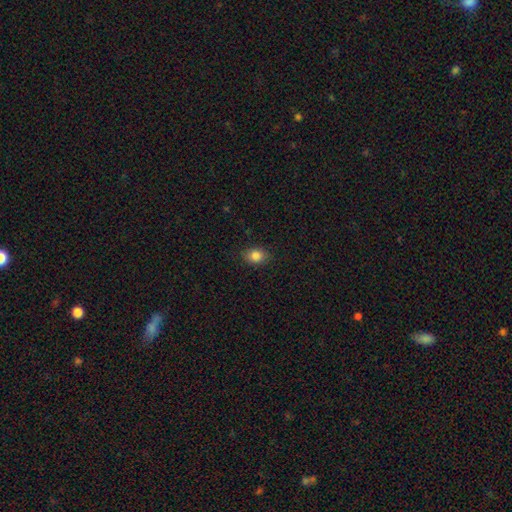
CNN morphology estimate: Smooth or featured? smooth (85%)
How rounded? in between (59%)
Merging? none (86%)